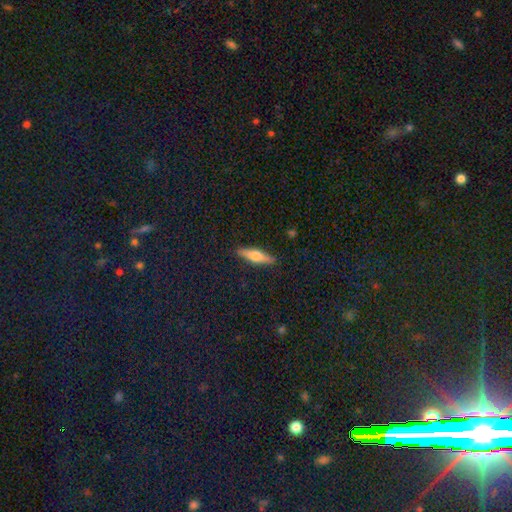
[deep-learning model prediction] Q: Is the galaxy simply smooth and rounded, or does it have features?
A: smooth — 47%.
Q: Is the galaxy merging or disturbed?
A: none — 88%.